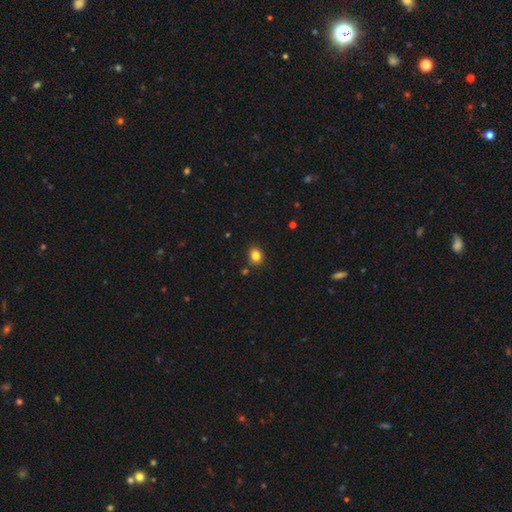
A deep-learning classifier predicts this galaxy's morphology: smooth-or-featured: smooth: 82% | star or artifact: 12% | featured or disk: 7%
  how-rounded: round: 57% | in between: 42% | cigar-shaped: 1%
  merging: none: 84% | minor disturbance: 10% | merger: 4% | major disturbance: 2%